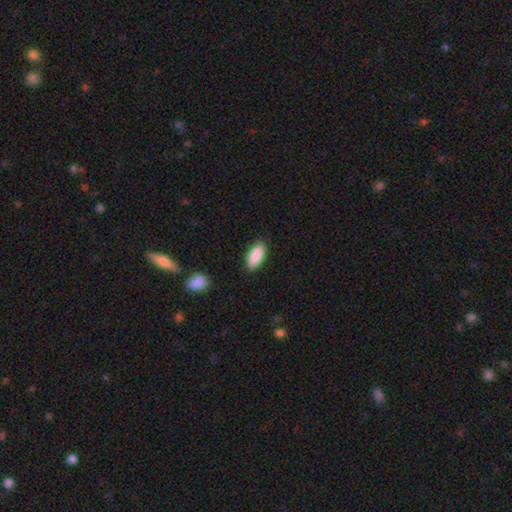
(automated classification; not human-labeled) A smooth galaxy with no disk features (88%) that is in between round and cigar-shaped (85%).

Vote fractions:
- Smooth or featured? smooth: 88% / star or artifact: 6% / featured or disk: 6%
- How rounded? in between: 85% / cigar-shaped: 13% / round: 2%
- Merging? none: 87% / minor disturbance: 9% / major disturbance: 2% / merger: 1%